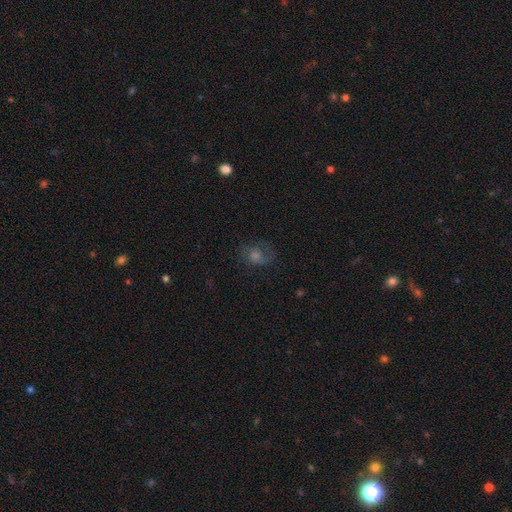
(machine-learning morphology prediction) Smooth or featured?
  - featured or disk: 50% *
  - smooth: 30%
  - star or artifact: 20%
Edge-on disk?
  - no: 96% *
  - yes: 4%
Merging?
  - none: 69% *
  - minor disturbance: 17%
  - major disturbance: 12%
  - merger: 1%